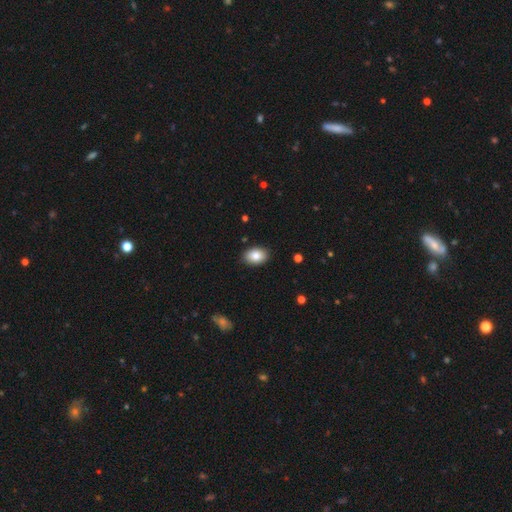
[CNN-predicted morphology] smooth-or-featured: smooth: 85% | star or artifact: 8% | featured or disk: 7%
  how-rounded: in between: 83% | round: 16% | cigar-shaped: 1%
  merging: none: 89% | minor disturbance: 8% | major disturbance: 2% | merger: 1%